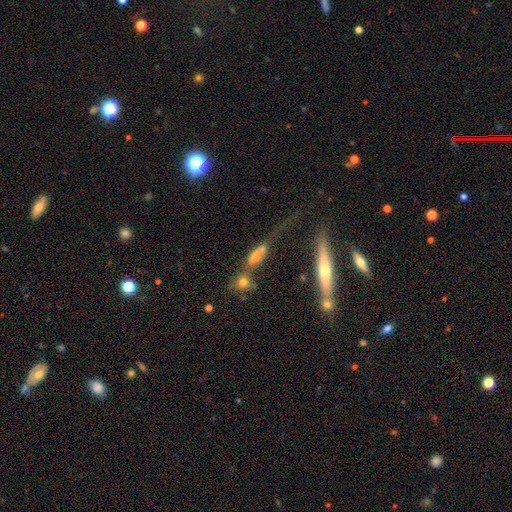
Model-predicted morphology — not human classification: Q: Smooth or featured?
A: smooth (49%); runner-up: featured or disk (36%)
Q: Merging?
A: merger (38%); runner-up: none (33%)